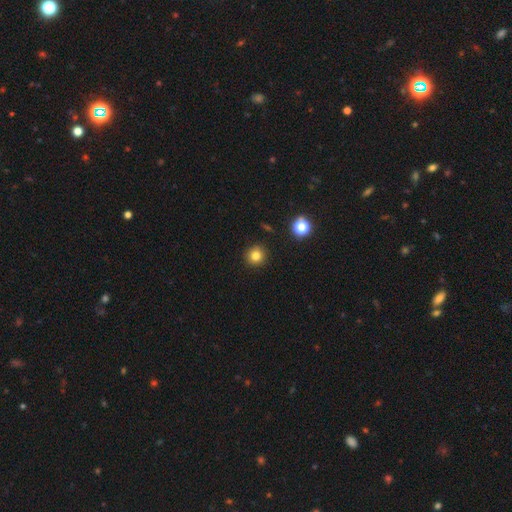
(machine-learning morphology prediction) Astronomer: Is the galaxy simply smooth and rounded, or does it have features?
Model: smooth — 81%.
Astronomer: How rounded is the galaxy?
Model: round — 93%.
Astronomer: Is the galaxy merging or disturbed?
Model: none — 91%.